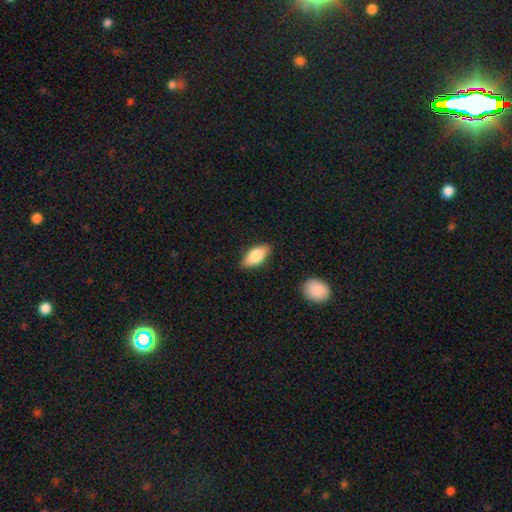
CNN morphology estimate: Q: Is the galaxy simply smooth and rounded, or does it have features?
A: smooth — 77%.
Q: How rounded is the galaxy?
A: in between — 86%.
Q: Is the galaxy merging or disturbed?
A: none — 86%.